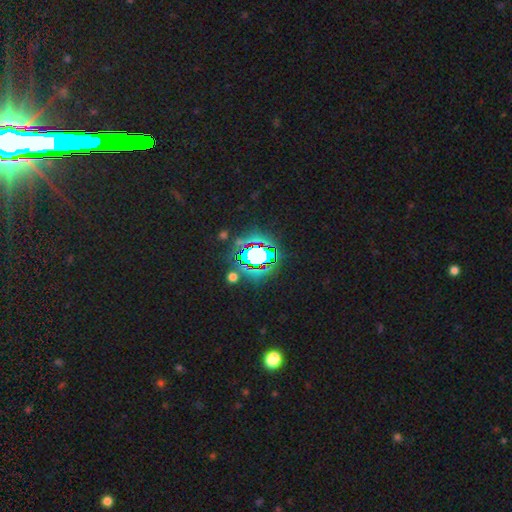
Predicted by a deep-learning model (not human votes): smooth-or-featured: star or artifact: 70% | smooth: 18% | featured or disk: 12%